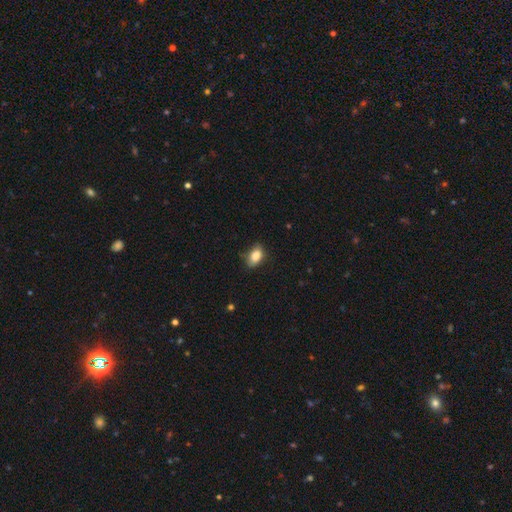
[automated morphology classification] A smooth galaxy with no disk features (84%) that is in between round and cigar-shaped (88%). Merging: none (71%).